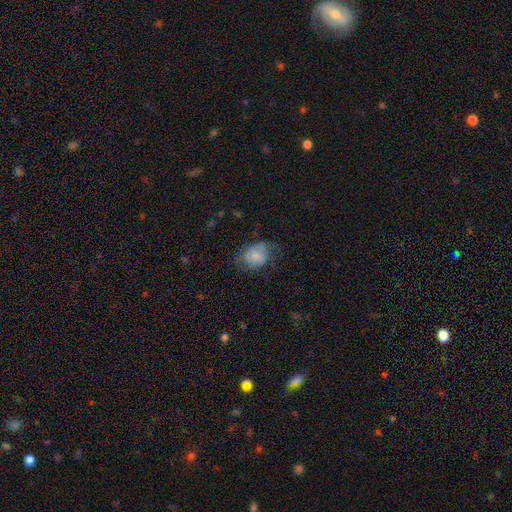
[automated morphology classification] smooth 71%, featured or disk 21%, star or artifact 8%. Down the decision tree: how rounded — in between (58%); merging — none (42%).